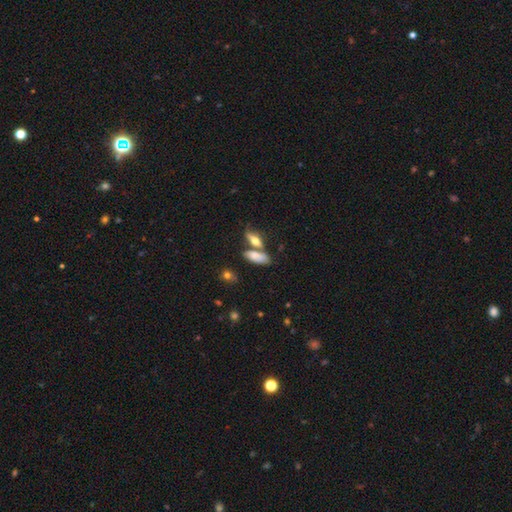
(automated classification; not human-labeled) Overall: smooth (70%). How rounded: in between (66%; cigar-shaped 30%). Merging: none (49%; merger 35%).